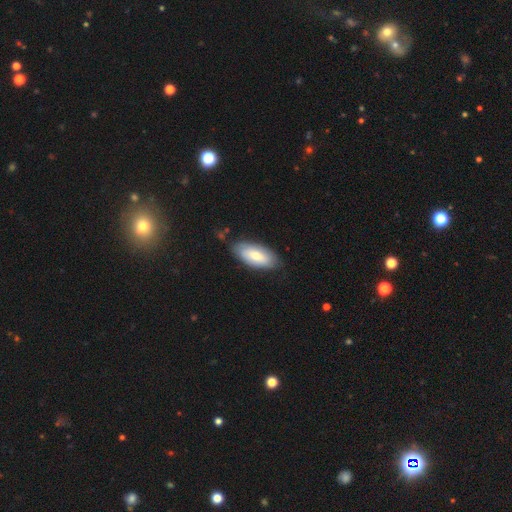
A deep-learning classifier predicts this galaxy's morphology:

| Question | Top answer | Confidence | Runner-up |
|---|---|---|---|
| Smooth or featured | smooth | 66% | featured or disk (29%) |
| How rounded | in between | 90% | cigar-shaped (8%) |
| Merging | none | 78% | minor disturbance (17%) |